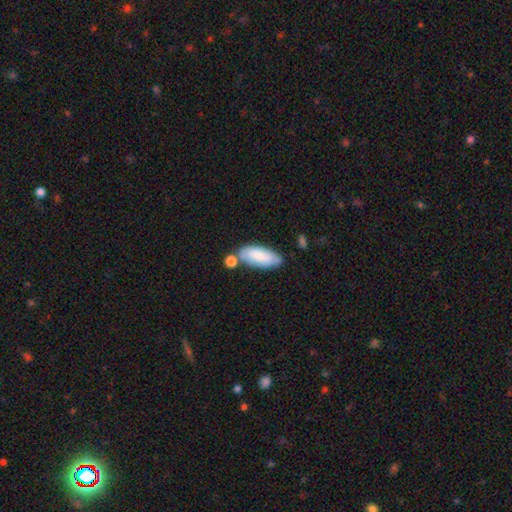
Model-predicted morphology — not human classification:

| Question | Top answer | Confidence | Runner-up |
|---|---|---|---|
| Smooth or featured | smooth | 78% | featured or disk (15%) |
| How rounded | in between | 82% | cigar-shaped (16%) |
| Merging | none | 59% | minor disturbance (19%) |